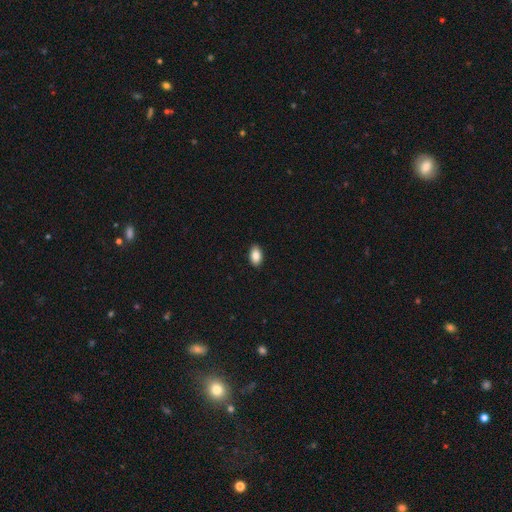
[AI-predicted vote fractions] Morphology: type=smooth (87%); roundness=in between (92%); merging=none (89%).